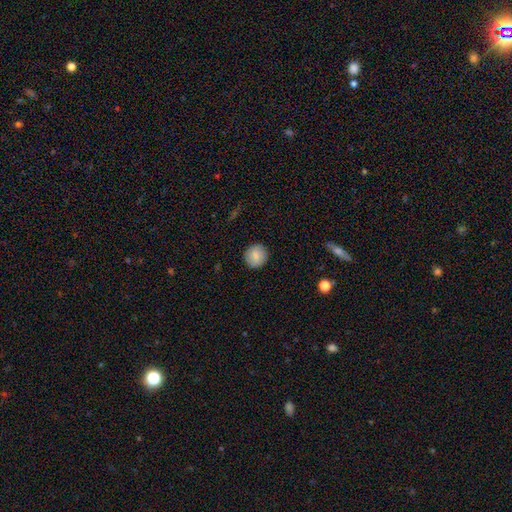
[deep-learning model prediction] Smooth or featured? Predicted: smooth (p=0.83). How rounded? Predicted: round (p=0.90). Merging? Predicted: none (p=0.89).